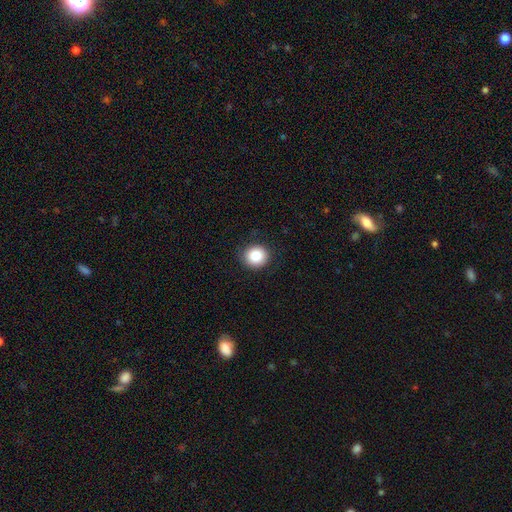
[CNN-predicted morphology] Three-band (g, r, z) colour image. It shows a smooth galaxy with no disk features (86%) that is round (89%). Merging: none (88%).